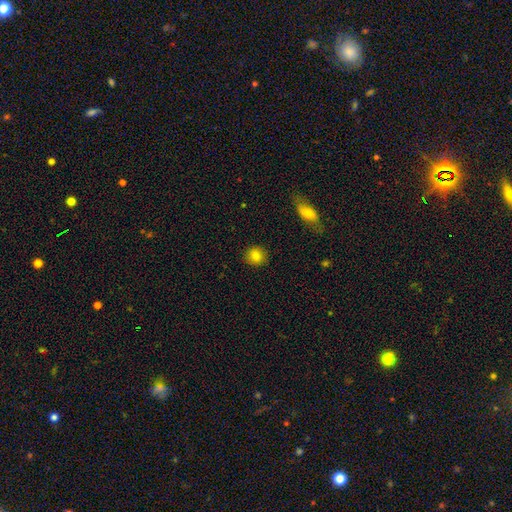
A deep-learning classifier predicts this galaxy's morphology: smooth 82%, star or artifact 11%, featured or disk 7%. Down the decision tree: how rounded — round (86%); merging — none (90%).